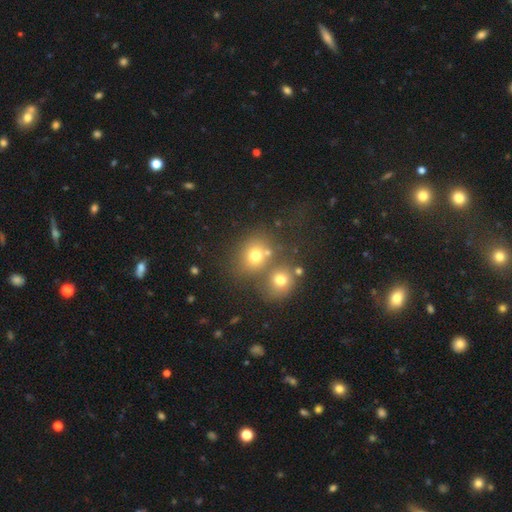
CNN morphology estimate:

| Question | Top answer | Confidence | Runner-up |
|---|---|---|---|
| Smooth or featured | smooth | 71% | star or artifact (16%) |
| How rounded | round | 73% | in between (26%) |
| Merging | none | 46% | merger (40%) |